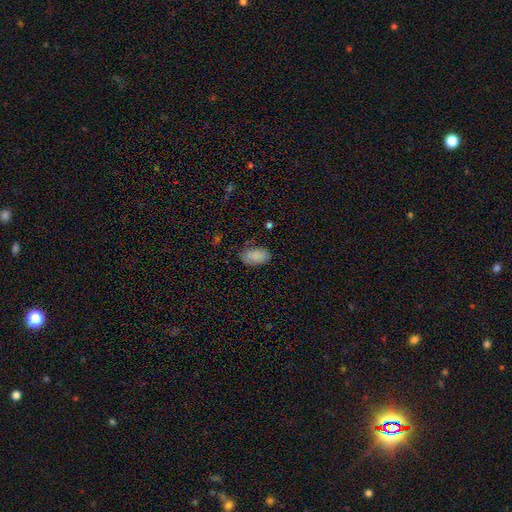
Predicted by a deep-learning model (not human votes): A smooth galaxy with no disk features (84%) that is in between round and cigar-shaped (93%).

Vote fractions:
- Smooth or featured? smooth: 84% / star or artifact: 9% / featured or disk: 7%
- How rounded? in between: 93% / round: 5% / cigar-shaped: 2%
- Merging? none: 66% / minor disturbance: 24% / major disturbance: 8% / merger: 2%